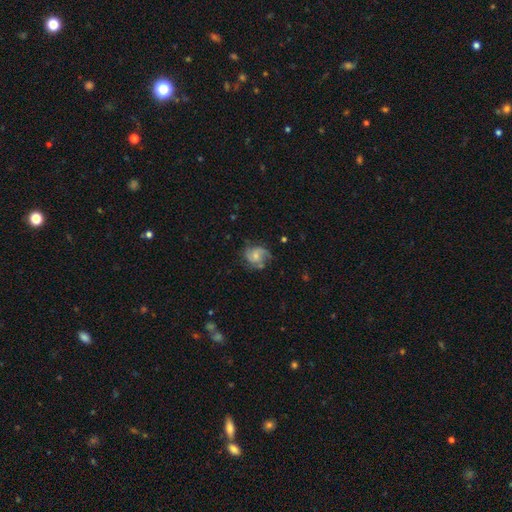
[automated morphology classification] This appears to be a featured or disk galaxy (69%) with no bar (66%), 2 (47%) medium (48%) spiral arms (92%) and a small central bulge (48%). Merging: none (63%).